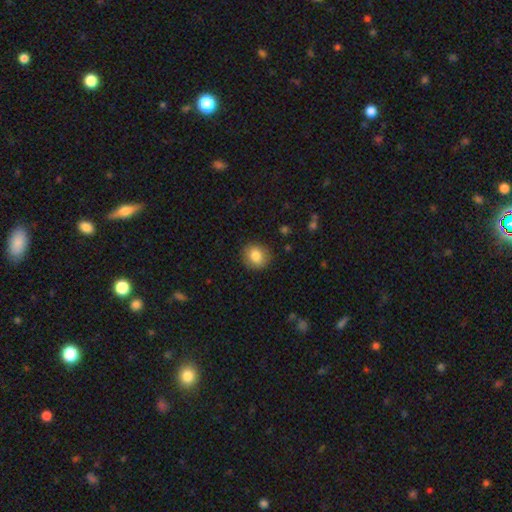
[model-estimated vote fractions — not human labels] Q: Smooth or featured?
A: smooth (83%); runner-up: star or artifact (9%)
Q: How rounded?
A: round (80%); runner-up: in between (19%)
Q: Merging?
A: none (87%); runner-up: minor disturbance (9%)